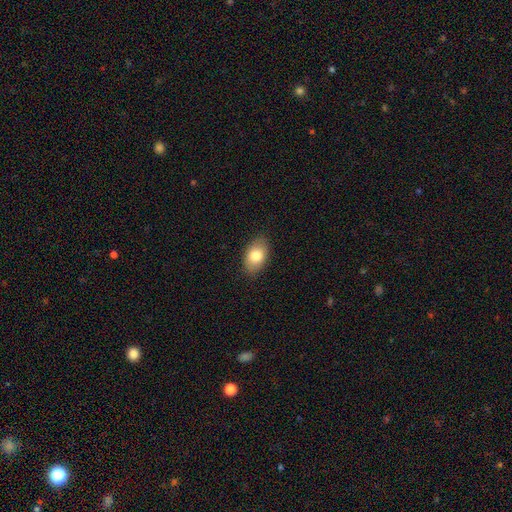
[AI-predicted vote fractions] A smooth galaxy with no disk features (80%) that is in between round and cigar-shaped (90%). Merging: none (86%).